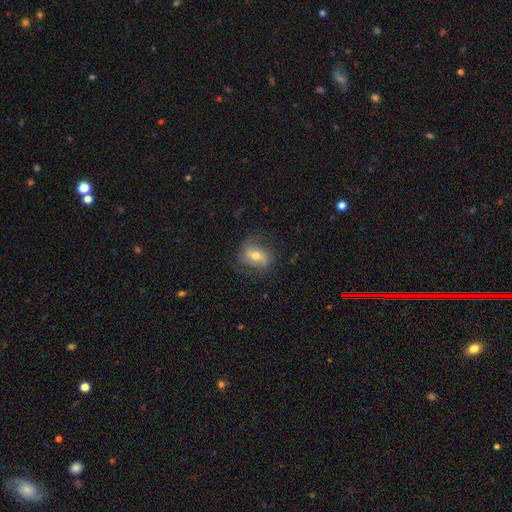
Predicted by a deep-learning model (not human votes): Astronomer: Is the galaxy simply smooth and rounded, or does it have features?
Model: featured or disk — 58%.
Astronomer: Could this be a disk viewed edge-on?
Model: no — 94%.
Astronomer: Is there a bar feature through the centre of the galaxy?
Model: weak — 40% (runner-up: no, 33%).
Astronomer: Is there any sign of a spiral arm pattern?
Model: yes — 78%.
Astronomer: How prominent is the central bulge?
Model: moderate — 73%.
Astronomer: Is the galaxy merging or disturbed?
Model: none — 69%.